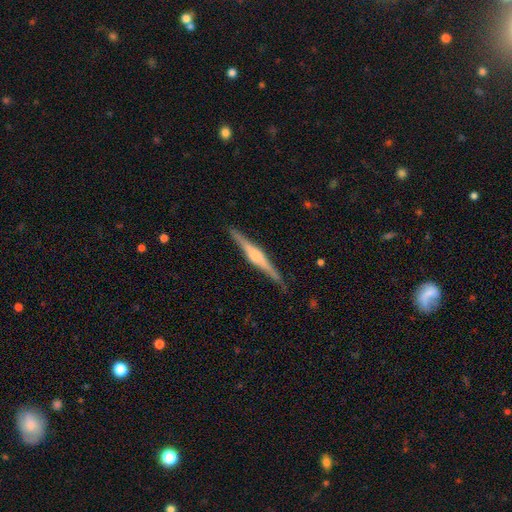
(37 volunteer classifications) This appears to be a featured or disk galaxy (89%) viewed edge-on (94%) with a rounded central bulge (81%). Merging: none (89%).